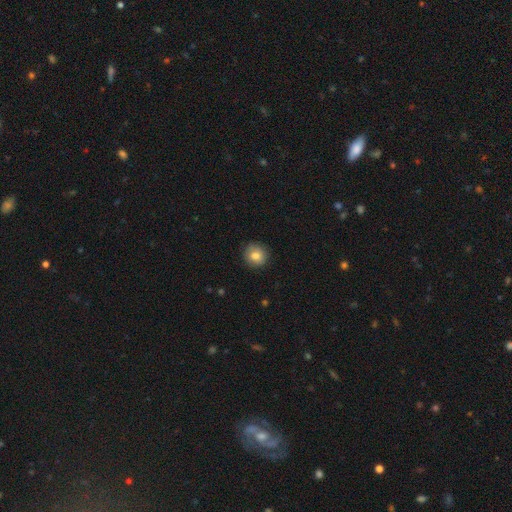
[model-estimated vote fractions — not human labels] The model was most divided on "smooth or featured": smooth: 82%, featured or disk: 9%, star or artifact: 9%. More confident: how rounded — round (89%); merging — none (87%).